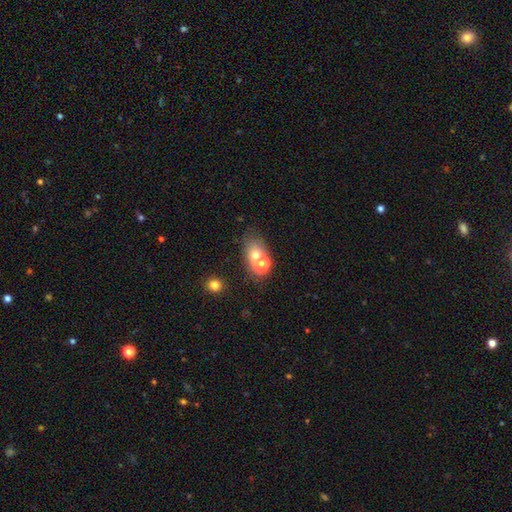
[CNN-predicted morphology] This appears to be a smooth galaxy with no disk features (64%) that is in between round and cigar-shaped (58%). Merging: merger (45%).